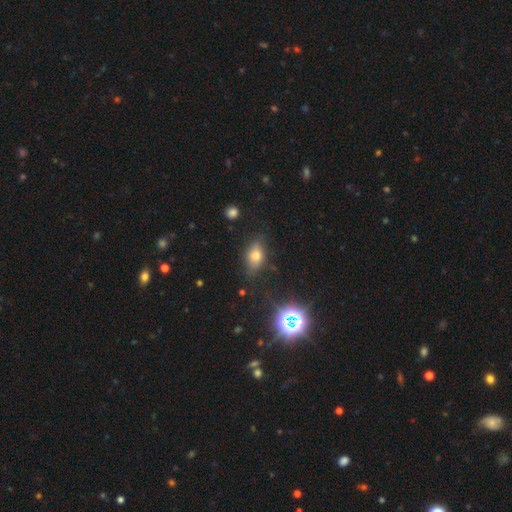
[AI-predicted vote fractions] The model was most divided on "smooth or featured": smooth: 60%, featured or disk: 25%, star or artifact: 15%. More confident: how rounded — in between (79%); merging — none (75%).